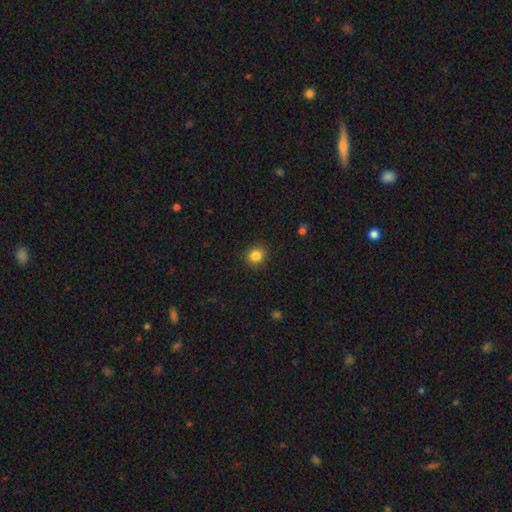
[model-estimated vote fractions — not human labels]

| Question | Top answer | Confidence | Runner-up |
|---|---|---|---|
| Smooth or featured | smooth | 85% | star or artifact (11%) |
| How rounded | round | 84% | in between (15%) |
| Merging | none | 90% | minor disturbance (6%) |